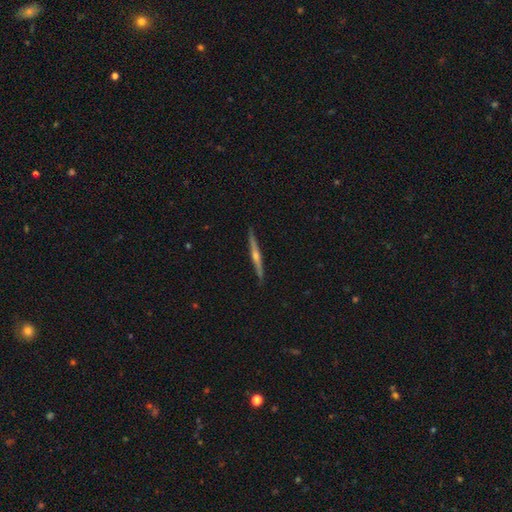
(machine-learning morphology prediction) A featured or disk galaxy (79%) viewed edge-on (98%) with a rounded central bulge (86%). Merging: none (91%).